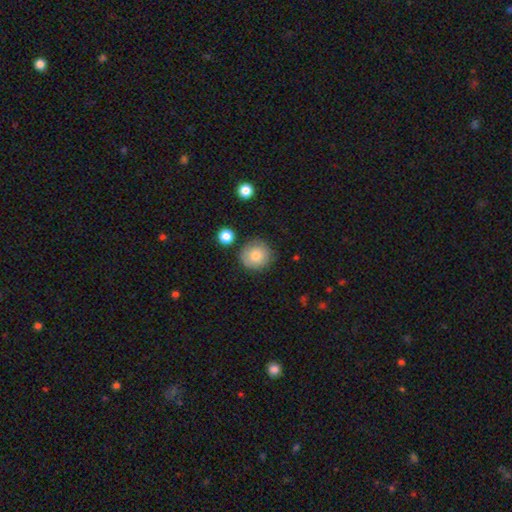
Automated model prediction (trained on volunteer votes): Overall: smooth (81%). How rounded: round (93%). Merging: none (81%).